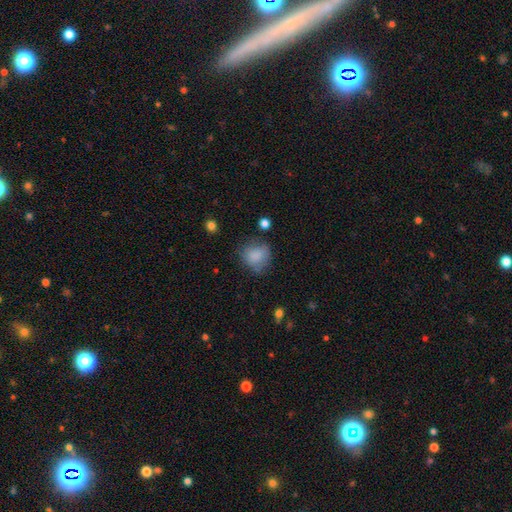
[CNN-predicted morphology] Smooth or featured? smooth (81%)
How rounded? round (70%)
Merging? none (56%)